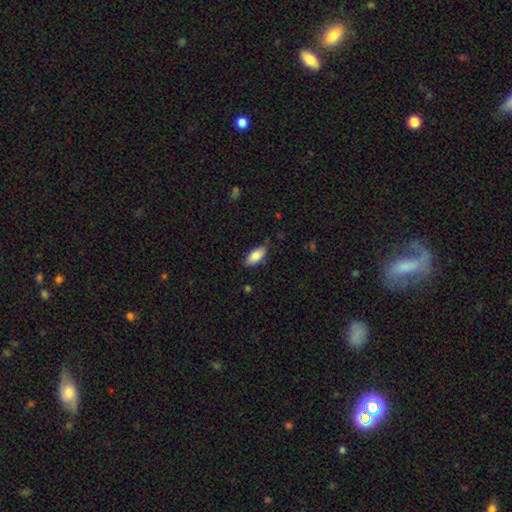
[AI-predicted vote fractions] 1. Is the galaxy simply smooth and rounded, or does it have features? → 85% smooth, 9% featured or disk, 6% star or artifact.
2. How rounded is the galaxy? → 88% in between, 10% cigar-shaped, 2% round.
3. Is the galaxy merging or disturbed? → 78% none, 18% minor disturbance, 3% major disturbance, 1% merger.